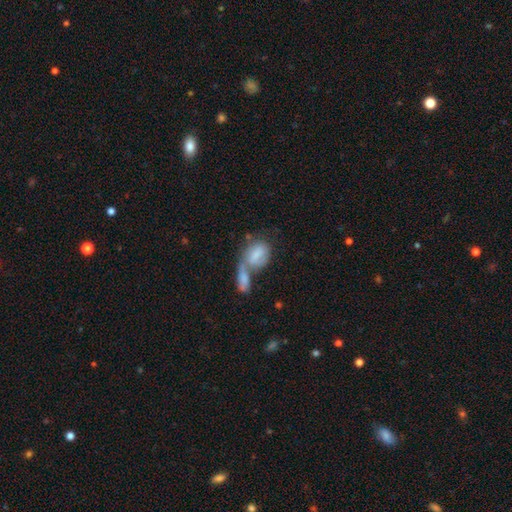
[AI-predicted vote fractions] smooth-or-featured: smooth: 66% | featured or disk: 27% | star or artifact: 7%
  how-rounded: in between: 82% | round: 15% | cigar-shaped: 3%
  merging: merger: 67% | none: 17% | minor disturbance: 8% | major disturbance: 8%